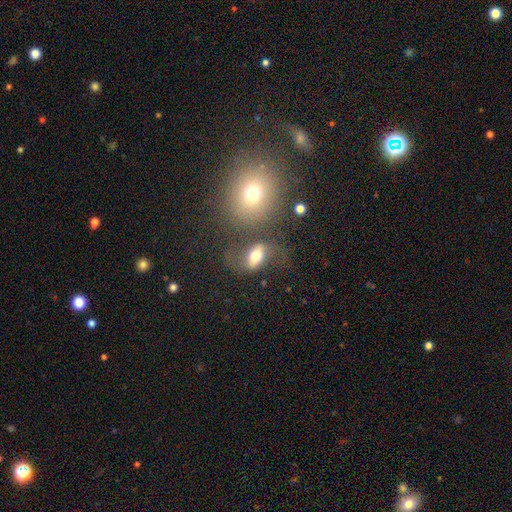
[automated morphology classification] The model was most divided on "smooth or featured": smooth: 46%, featured or disk: 43%, star or artifact: 11%. Remaining: merging — none (48%).